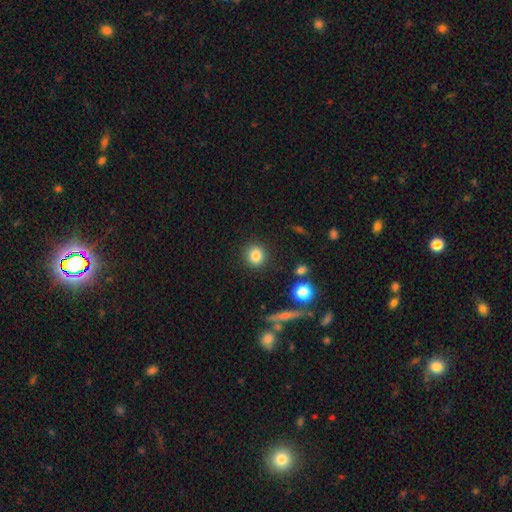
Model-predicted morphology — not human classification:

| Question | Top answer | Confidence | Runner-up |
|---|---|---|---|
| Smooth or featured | smooth | 83% | star or artifact (11%) |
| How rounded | round | 81% | in between (18%) |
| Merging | none | 89% | minor disturbance (7%) |